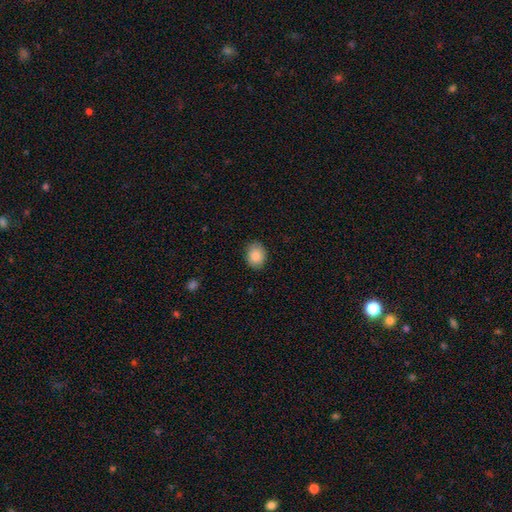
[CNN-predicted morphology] The model was most divided on "how rounded": in between: 65%, round: 34%, cigar-shaped: 1%. More confident: smooth or featured — smooth (87%); merging — none (86%).